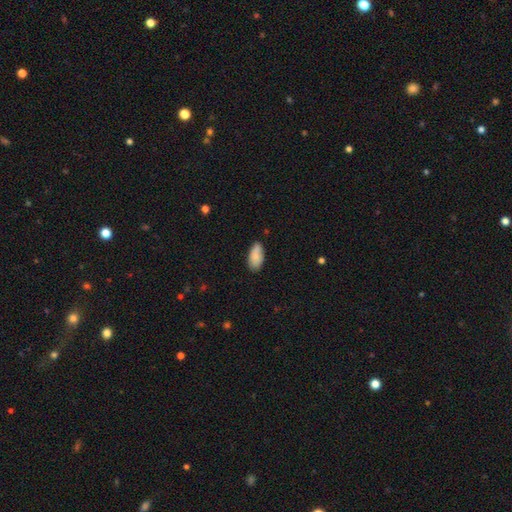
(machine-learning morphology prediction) Q: Smooth or featured?
A: smooth (87%); runner-up: featured or disk (7%)
Q: How rounded?
A: in between (92%); runner-up: cigar-shaped (6%)
Q: Merging?
A: none (74%); runner-up: minor disturbance (21%)